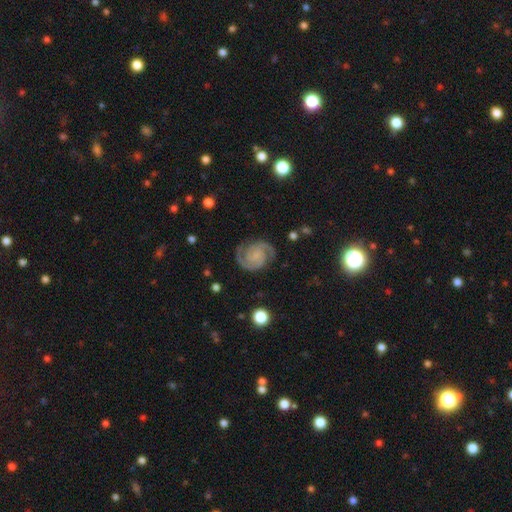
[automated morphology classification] The model was most divided on "bulge size": small: 44%, none: 40%, moderate: 13%, large: 2%, dominant: 1%. More confident: spiral arms — yes (99%); edge-on disk — no (98%); spiral arm count — 2 (93%); smooth or featured — featured or disk (91%); merging — none (84%); spiral winding — tight (62%); bar — no (59%).